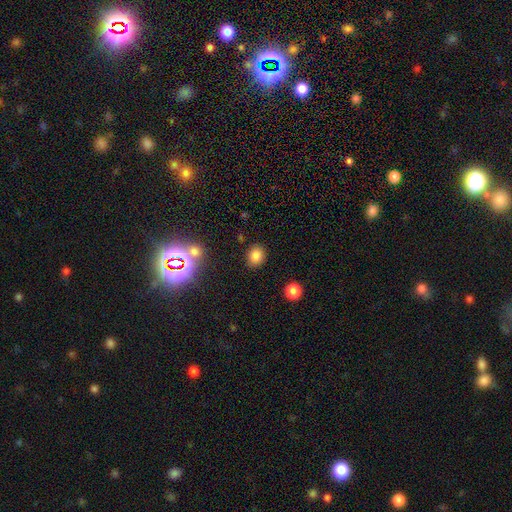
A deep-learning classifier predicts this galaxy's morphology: type=smooth (80%); roundness=round (59%); merging=none (86%).